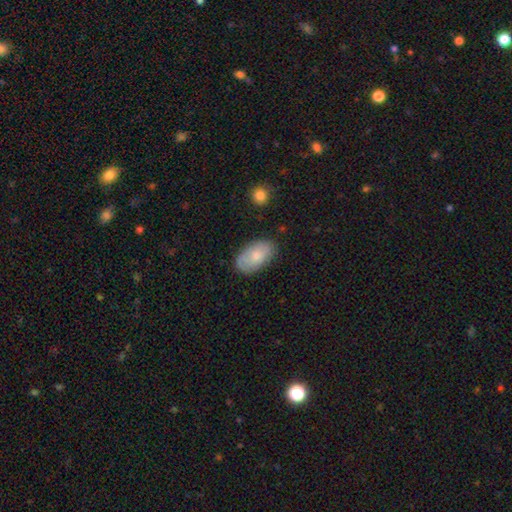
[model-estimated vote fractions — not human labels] This appears to be a smooth galaxy with no disk features (74%) that is in between round and cigar-shaped (94%). Merging: none (79%).